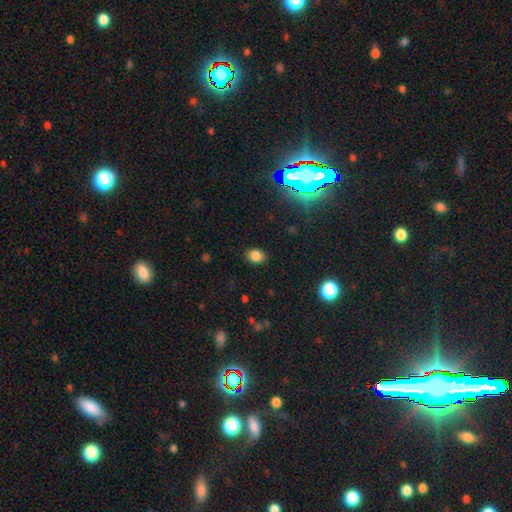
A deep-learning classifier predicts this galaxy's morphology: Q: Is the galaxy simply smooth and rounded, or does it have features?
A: smooth — 81%.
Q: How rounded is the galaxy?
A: in between — 61%.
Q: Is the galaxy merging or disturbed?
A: none — 86%.